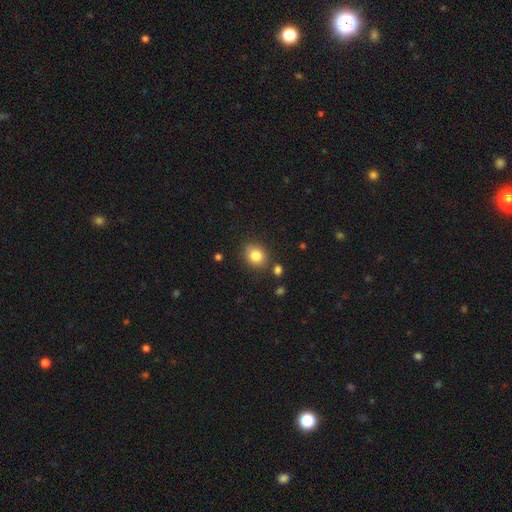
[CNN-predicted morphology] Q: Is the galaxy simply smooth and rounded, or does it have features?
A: smooth — 83%.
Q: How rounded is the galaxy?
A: round — 64%.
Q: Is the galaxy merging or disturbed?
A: none — 82%.